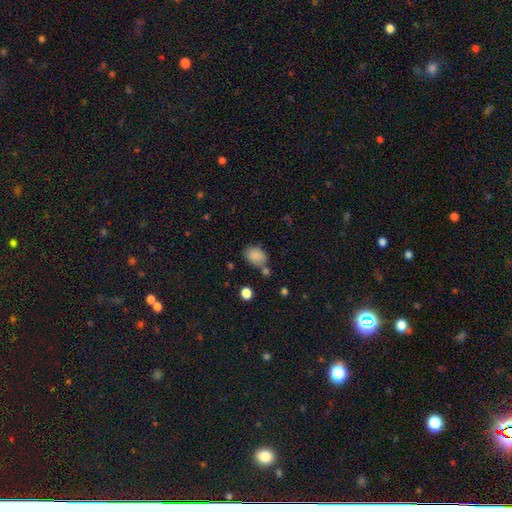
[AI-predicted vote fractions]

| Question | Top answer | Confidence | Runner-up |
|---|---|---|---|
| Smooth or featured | smooth | 86% | star or artifact (9%) |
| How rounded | in between | 70% | round (28%) |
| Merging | none | 58% | minor disturbance (19%) |